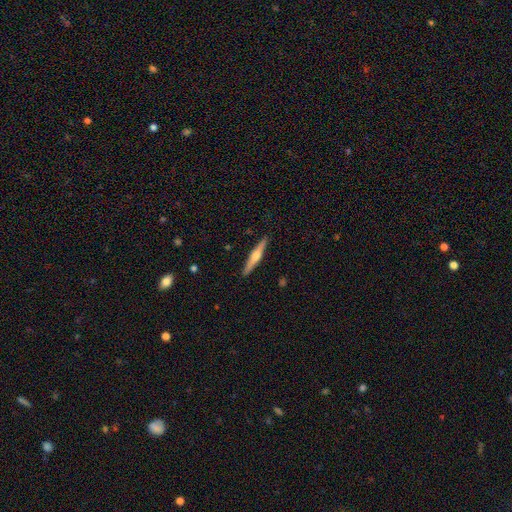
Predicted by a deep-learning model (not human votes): smooth_or_featured: featured or disk (p=0.66) [alt: smooth p=0.29]
disk_edge_on: yes (p=0.98) [alt: no p=0.02]
edge_on_bulge: rounded (p=0.90) [alt: boxy p=0.06]
merging: none (p=0.91) [alt: minor disturbance p=0.06]